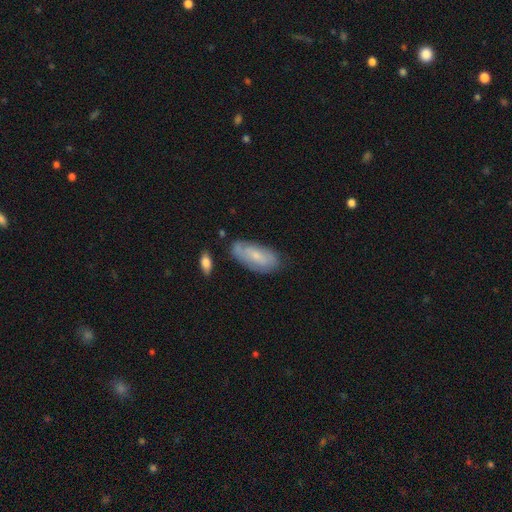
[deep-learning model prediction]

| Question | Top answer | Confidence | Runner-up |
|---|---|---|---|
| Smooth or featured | smooth | 52% | featured or disk (41%) |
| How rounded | in between | 86% | cigar-shaped (12%) |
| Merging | none | 65% | minor disturbance (25%) |